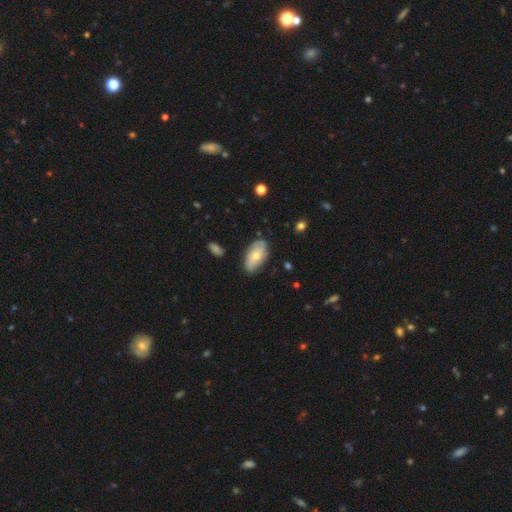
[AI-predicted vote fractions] Smooth or featured? Predicted: smooth (p=0.54). How rounded? Predicted: in between (p=0.93). Merging? Predicted: none (p=0.70).